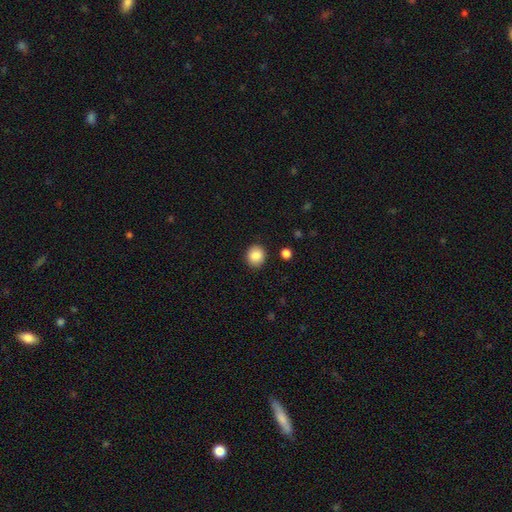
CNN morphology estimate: Overall: smooth (87%). How rounded: round (77%). Merging: none (89%).